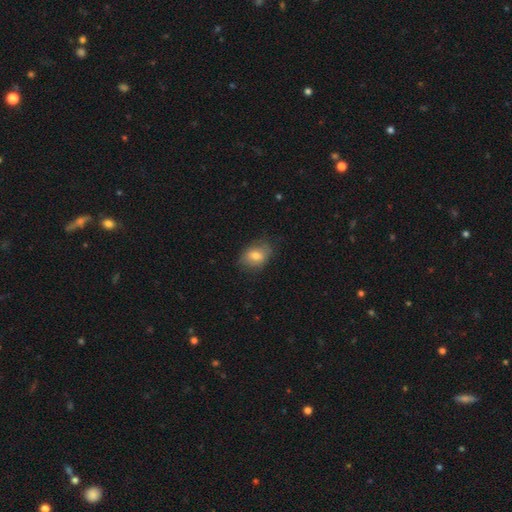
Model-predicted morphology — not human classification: Overall: smooth (74%). How rounded: in between (70%). Merging: none (71%).